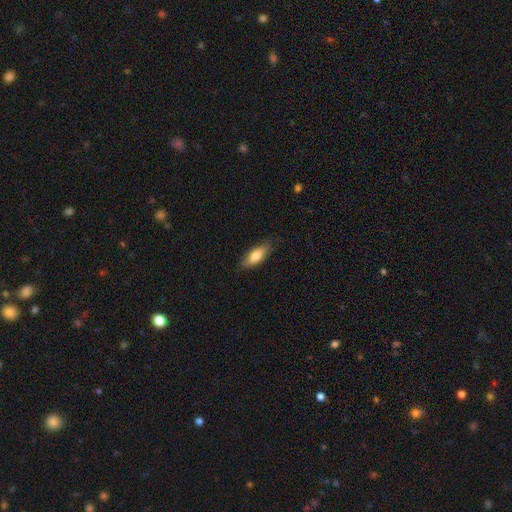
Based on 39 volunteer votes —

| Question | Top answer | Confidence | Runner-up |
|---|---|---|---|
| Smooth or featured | smooth | 74% | featured or disk (15%) |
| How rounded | in between | 93% | cigar-shaped (7%) |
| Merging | none | 74% | minor disturbance (23%) |